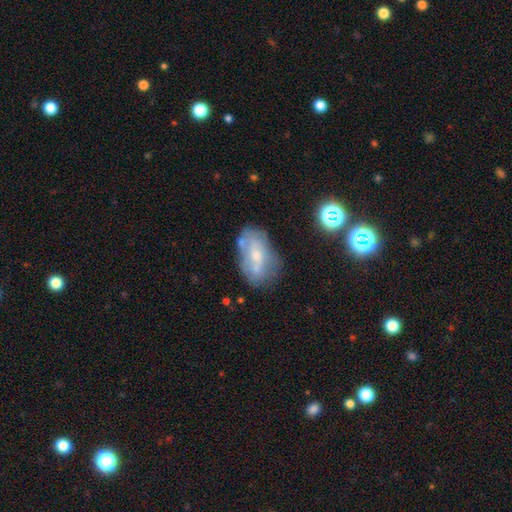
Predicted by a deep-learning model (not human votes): Smooth or featured? Predicted: featured or disk (p=0.49). Merging? Predicted: none (p=0.55).